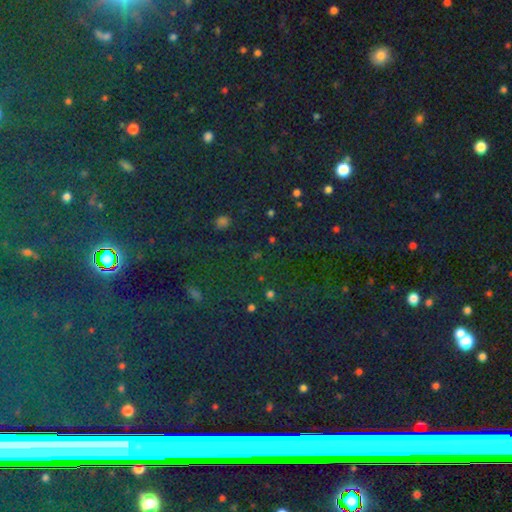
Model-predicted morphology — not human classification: Smooth or featured? star or artifact (74%)